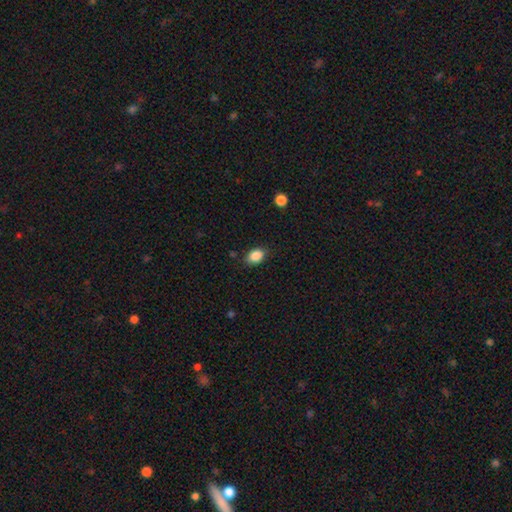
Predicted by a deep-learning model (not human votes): The model was most divided on "how rounded": in between: 78%, round: 21%, cigar-shaped: 1%. More confident: smooth or featured — smooth (87%); merging — none (82%).